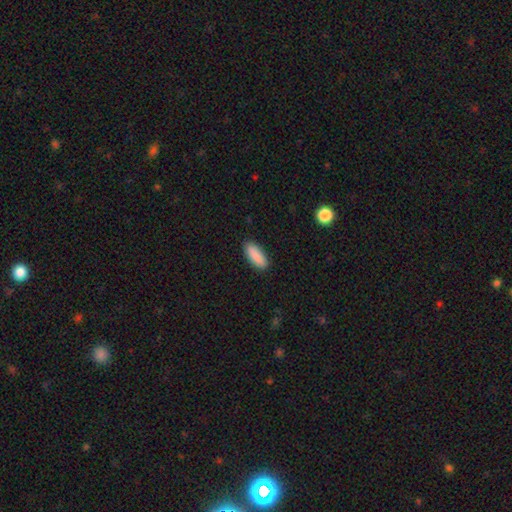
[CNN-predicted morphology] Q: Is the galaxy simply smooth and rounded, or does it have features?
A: smooth — 90%.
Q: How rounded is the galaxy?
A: in between — 72%.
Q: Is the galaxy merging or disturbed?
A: none — 89%.